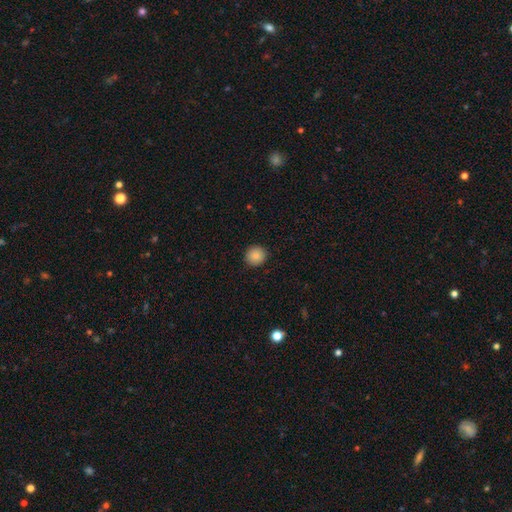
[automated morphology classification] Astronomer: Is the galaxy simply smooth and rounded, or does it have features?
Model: smooth — 86%.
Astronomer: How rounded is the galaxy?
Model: round — 94%.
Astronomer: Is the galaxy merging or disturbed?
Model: none — 93%.